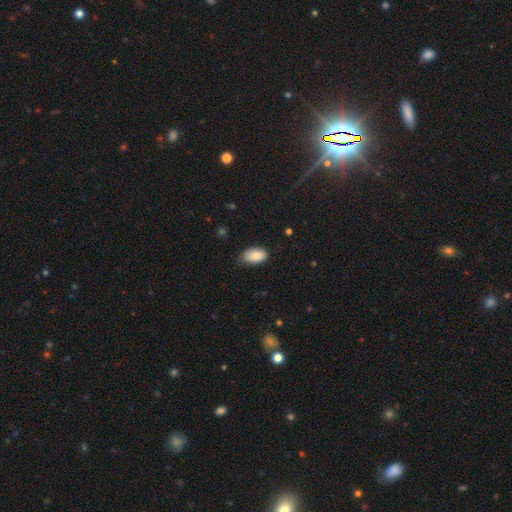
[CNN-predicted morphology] Overall: smooth (86%). How rounded: in between (94%). Merging: none (75%).